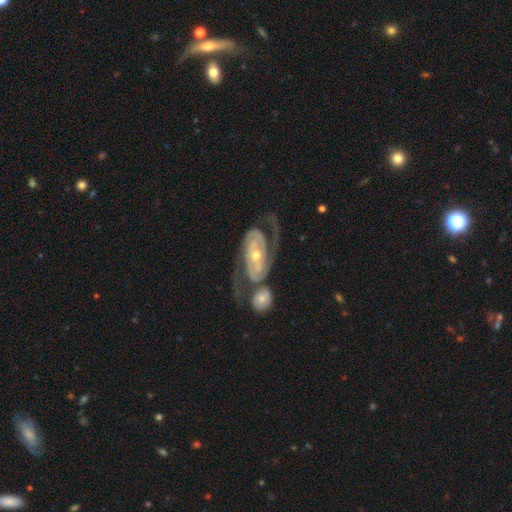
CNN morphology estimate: Smooth or featured: featured or disk — 91% (smooth — 5%)
Edge-on disk: no — 96% (yes — 4%)
Bar: no — 49% (weak — 28%)
Spiral arms: yes — 97% (no — 3%)
Spiral winding: medium — 43% (tight — 41%)
Spiral arm count: 2 — 89% (can't tell — 4%)
Bulge size: moderate — 51% (small — 44%)
Merging: none — 50% (merger — 23%)